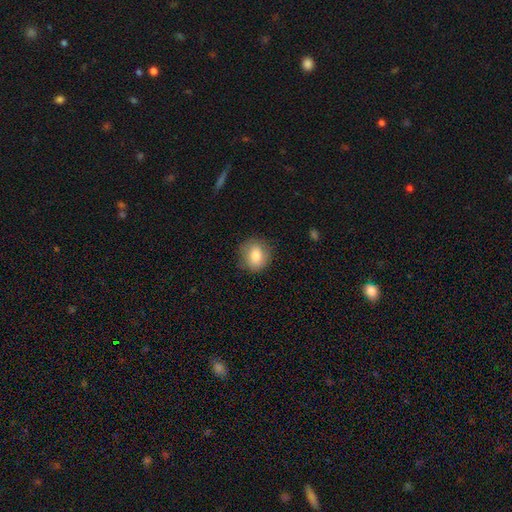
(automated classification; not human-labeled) Q: Smooth or featured?
A: smooth (78%); runner-up: featured or disk (13%)
Q: How rounded?
A: round (79%); runner-up: in between (20%)
Q: Merging?
A: none (84%); runner-up: minor disturbance (11%)